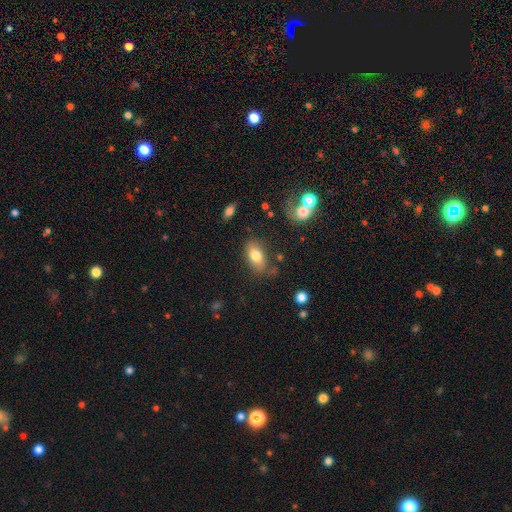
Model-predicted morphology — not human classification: smooth 78%, featured or disk 13%, star or artifact 9%. Down the decision tree: how rounded — in between (88%); merging — none (74%).